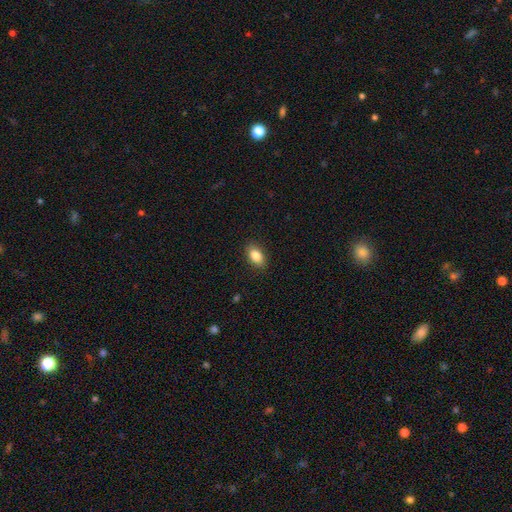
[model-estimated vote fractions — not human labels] Morphology: type=smooth (85%); roundness=in between (89%); merging=none (89%).